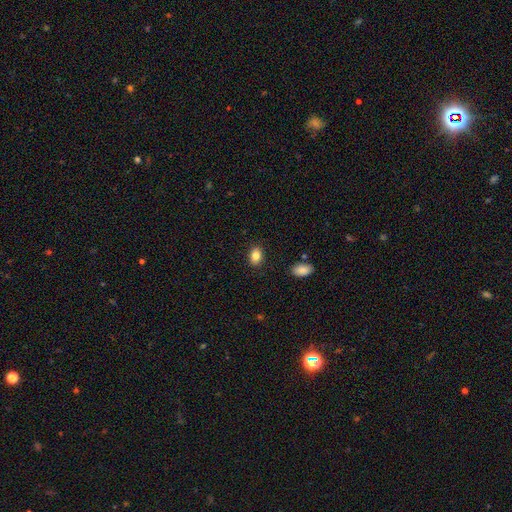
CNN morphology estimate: Q: Smooth or featured?
A: smooth (84%); runner-up: star or artifact (9%)
Q: How rounded?
A: in between (81%); runner-up: round (18%)
Q: Merging?
A: none (87%); runner-up: minor disturbance (9%)